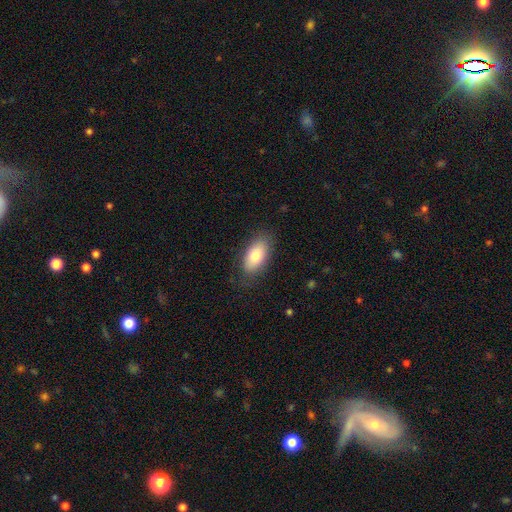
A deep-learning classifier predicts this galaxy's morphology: smooth_or_featured: smooth (p=0.77) [alt: featured or disk p=0.16]
how_rounded: in between (p=0.92) [alt: cigar-shaped p=0.04]
merging: none (p=0.81) [alt: minor disturbance p=0.14]